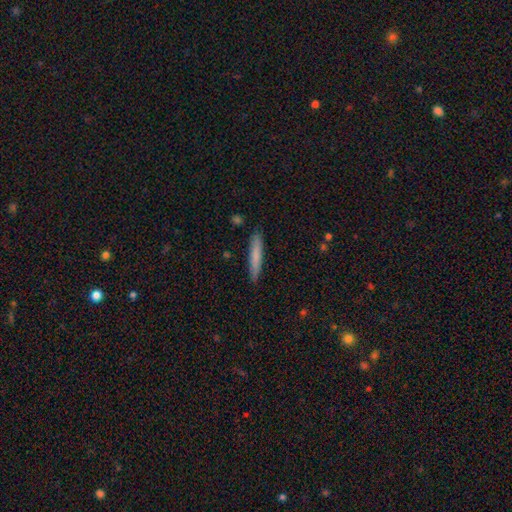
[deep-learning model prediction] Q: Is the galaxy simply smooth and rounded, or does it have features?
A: smooth — 75%.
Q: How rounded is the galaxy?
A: cigar-shaped — 93%.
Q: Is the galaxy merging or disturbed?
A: none — 88%.